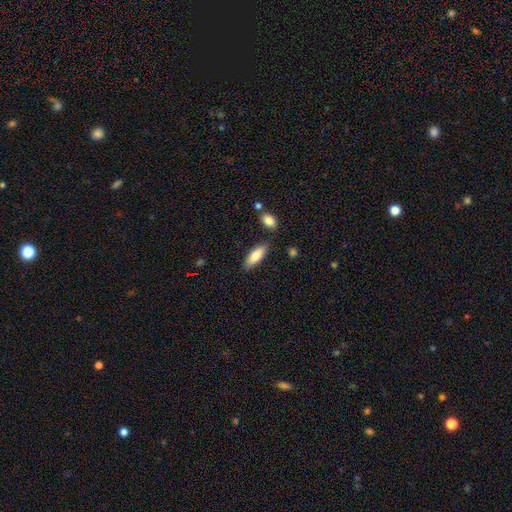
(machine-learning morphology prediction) A smooth galaxy with no disk features (83%) that is in between round and cigar-shaped (67%). Merging: none (81%).